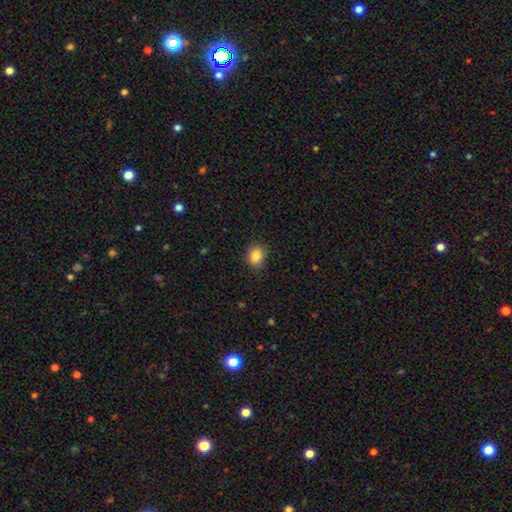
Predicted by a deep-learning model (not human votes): This appears to be a smooth galaxy with no disk features (86%) that is round (53%). Merging: none (84%).